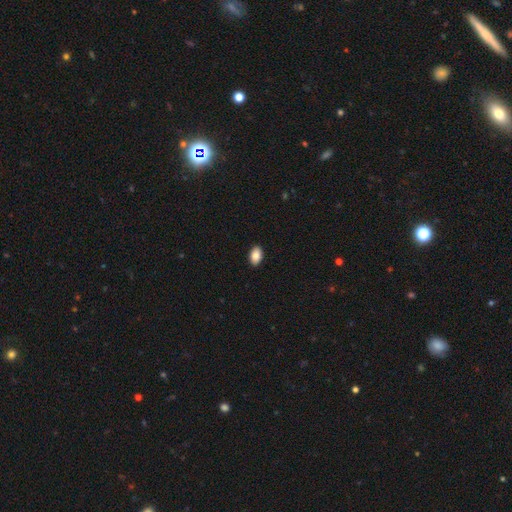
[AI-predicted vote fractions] Smooth or featured: smooth — 87% (star or artifact — 7%)
How rounded: in between — 90% (round — 9%)
Merging: none — 91% (minor disturbance — 7%)